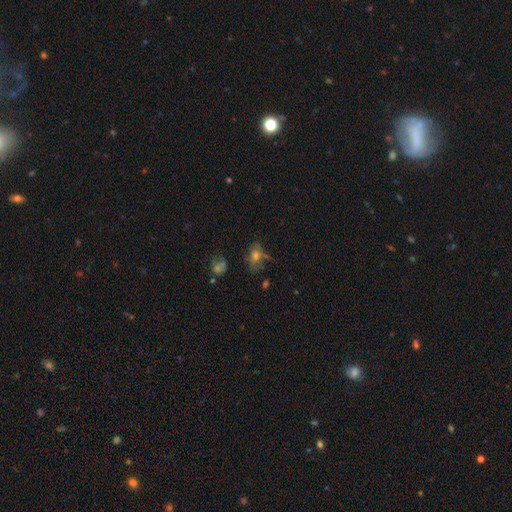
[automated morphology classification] The model was most divided on "smooth or featured": smooth: 44%, featured or disk: 29%, star or artifact: 27%. More confident: merging — none (52%).